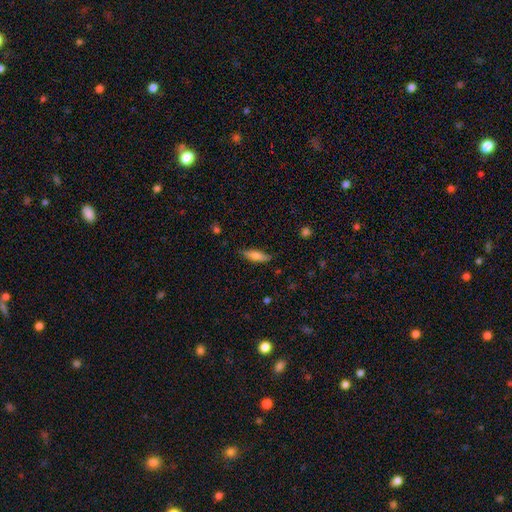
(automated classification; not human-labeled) A smooth galaxy with no disk features (66%) that is cigar-shaped (56%).

Vote fractions:
- Smooth or featured? smooth: 66% / featured or disk: 27% / star or artifact: 7%
- How rounded? cigar-shaped: 56% / in between: 42% / round: 2%
- Merging? none: 83% / minor disturbance: 14% / major disturbance: 3% / merger: 1%